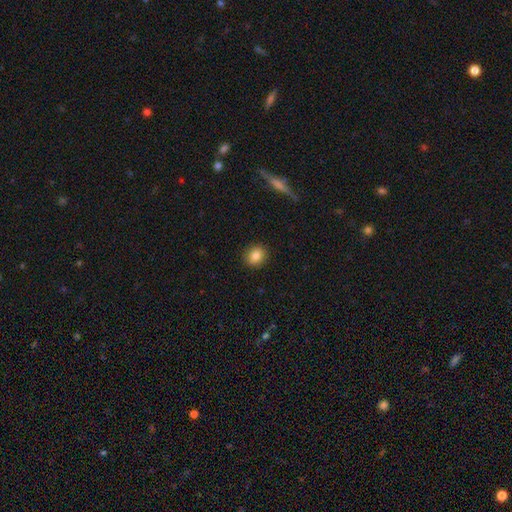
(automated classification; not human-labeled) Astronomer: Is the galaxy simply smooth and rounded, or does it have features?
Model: smooth — 85%.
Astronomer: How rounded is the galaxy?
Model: round — 67%.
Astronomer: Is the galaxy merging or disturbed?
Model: none — 90%.